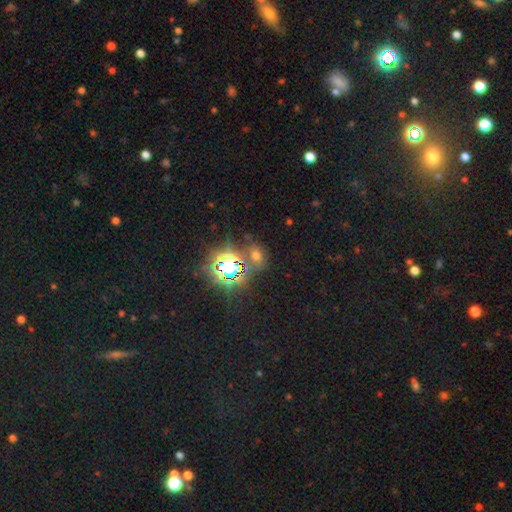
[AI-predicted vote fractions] smooth-or-featured: star or artifact: 51% | smooth: 40% | featured or disk: 9%